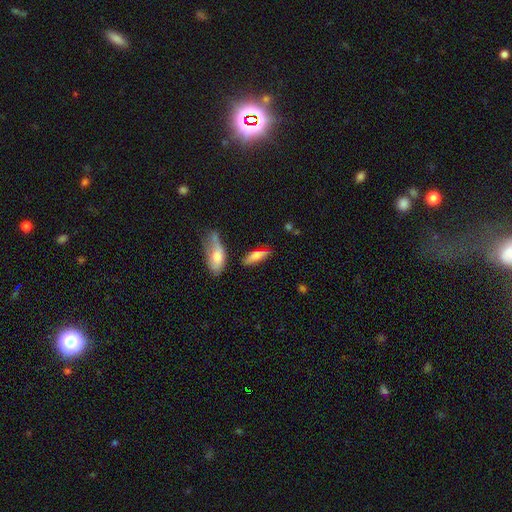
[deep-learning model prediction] This is likely a smooth galaxy (69%). How rounded: possibly in between (53%). Merging: likely none (62%).